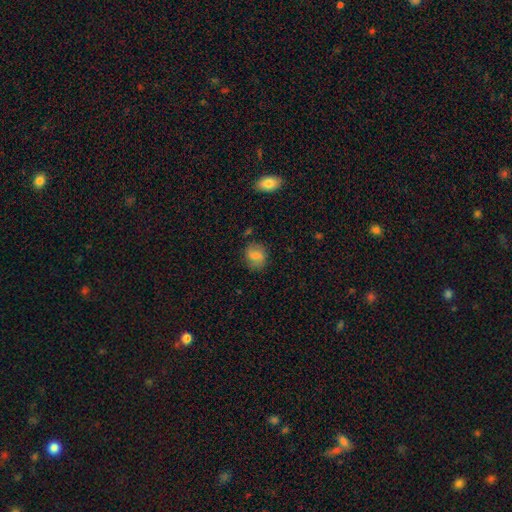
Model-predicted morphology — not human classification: Smooth or featured?
  - smooth: 73% *
  - featured or disk: 17%
  - star or artifact: 9%
How rounded?
  - round: 67% *
  - in between: 32%
  - cigar-shaped: 1%
Merging?
  - none: 76% *
  - minor disturbance: 17%
  - major disturbance: 5%
  - merger: 2%